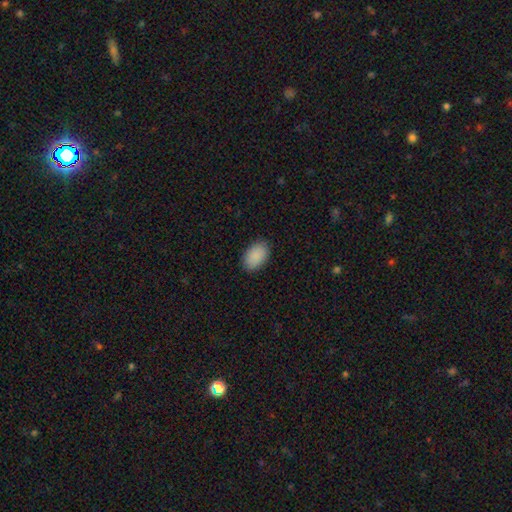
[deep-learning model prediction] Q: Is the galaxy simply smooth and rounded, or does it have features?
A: smooth — 90%.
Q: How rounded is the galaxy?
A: in between — 91%.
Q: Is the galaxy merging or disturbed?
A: none — 88%.